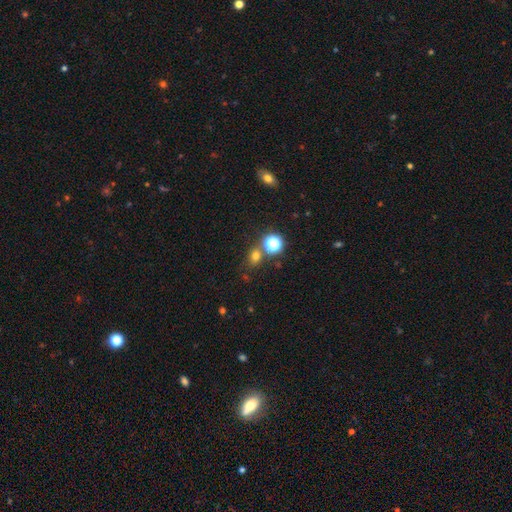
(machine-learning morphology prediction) Smooth or featured? smooth (67%)
How rounded? round (66%)
Merging? none (67%)